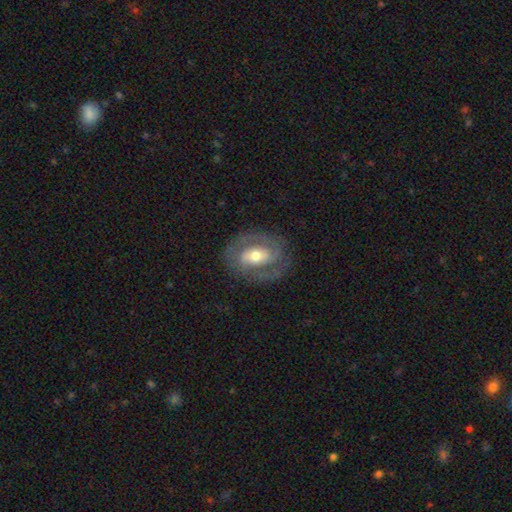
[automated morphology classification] featured or disk 75%, smooth 19%, star or artifact 6%. Down the decision tree: edge-on disk — no (95%); bar — weak (39%); spiral arms — yes (80%); spiral arm count — 2 (70%); spiral winding — tight (44%); bulge size — moderate (67%); merging — none (76%).